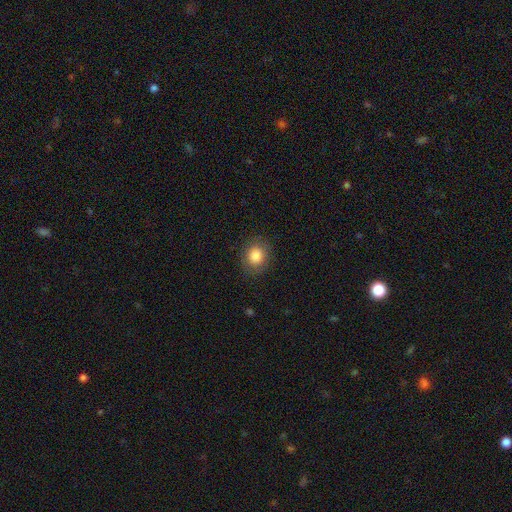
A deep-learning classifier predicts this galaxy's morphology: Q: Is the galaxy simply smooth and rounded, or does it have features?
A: smooth — 84%.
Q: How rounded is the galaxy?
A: round — 70%.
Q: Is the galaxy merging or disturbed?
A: none — 86%.